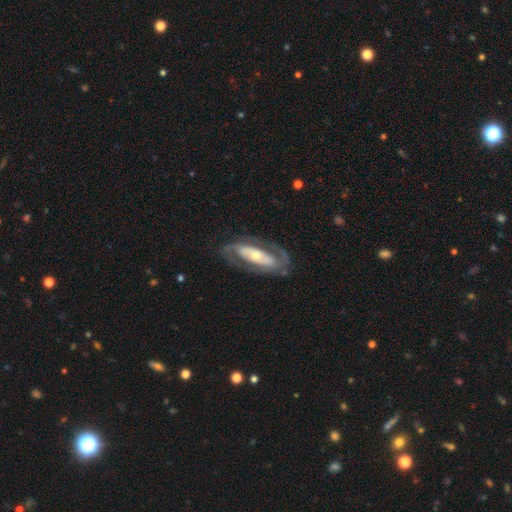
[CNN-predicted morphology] smooth_or_featured: featured or disk (p=0.80) [alt: smooth p=0.15]
disk_edge_on: no (p=0.89) [alt: yes p=0.11]
bar: no (p=0.43) [alt: strong p=0.36]
has_spiral_arms: yes (p=0.78) [alt: no p=0.22]
spiral_winding: medium (p=0.41) [alt: tight p=0.40]
spiral_arm_count: 2 (p=0.82) [alt: can't tell p=0.11]
bulge_size: moderate (p=0.47) [alt: small p=0.44]
merging: none (p=0.76) [alt: minor disturbance p=0.14]